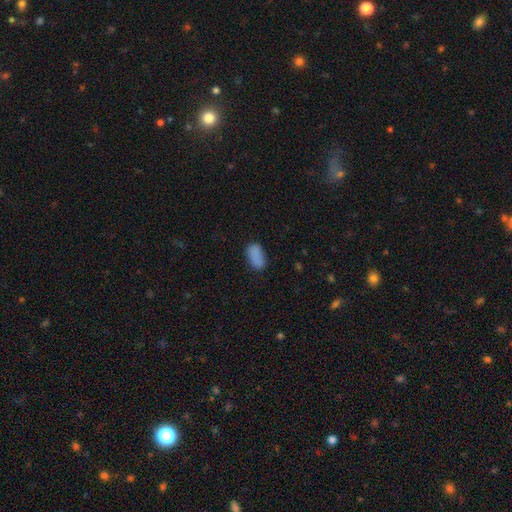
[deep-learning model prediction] This is clearly a smooth galaxy (86%). How rounded: clearly in between (93%). Merging: likely none (74%).